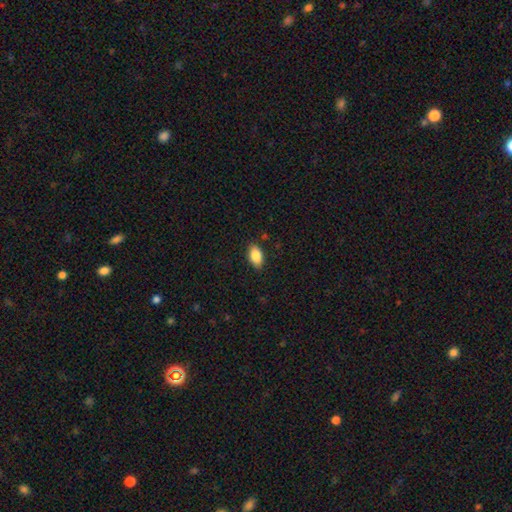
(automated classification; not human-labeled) The model was most divided on "merging": none: 87%, minor disturbance: 10%, major disturbance: 2%, merger: 1%. More confident: how rounded — in between (92%); smooth or featured — smooth (87%).